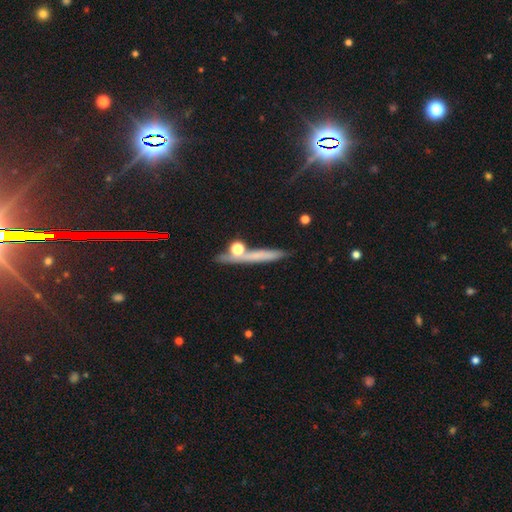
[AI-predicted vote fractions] Smooth or featured? Predicted: smooth (p=0.45). Merging? Predicted: none (p=0.73).